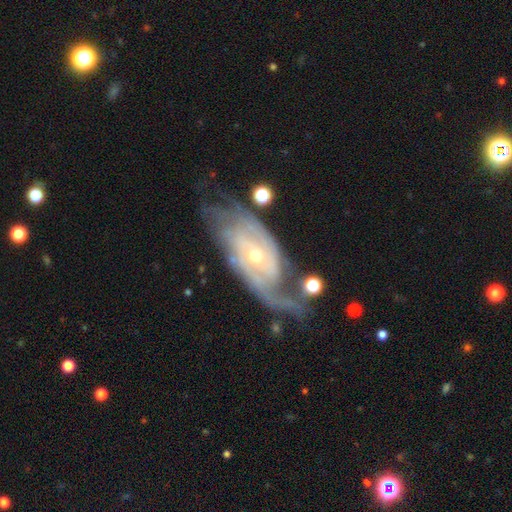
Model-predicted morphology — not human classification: Overall: featured or disk (87%). Edge-on disk: no (94%). Bar: no (57%; weak 32%). Spiral arms: yes (94%). Spiral arm count: 2 (45%; can't tell 30%). Spiral winding: tight (50%; medium 35%). Bulge size: small (52%; moderate 44%). Merging: none (52%; minor disturbance 22%).